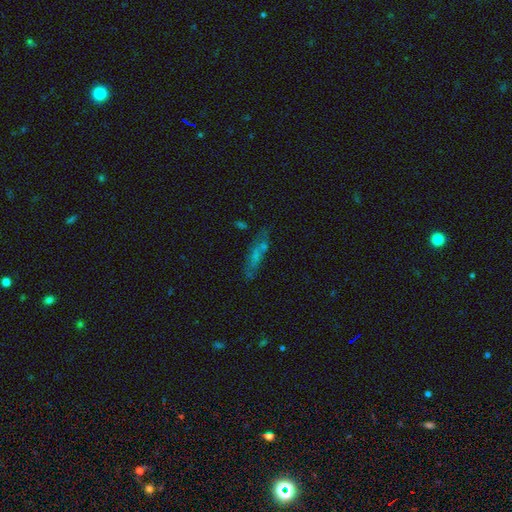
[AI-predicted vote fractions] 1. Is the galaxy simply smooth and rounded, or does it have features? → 46% smooth, 35% featured or disk, 19% star or artifact.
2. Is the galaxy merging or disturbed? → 69% none, 17% minor disturbance, 8% major disturbance, 6% merger.